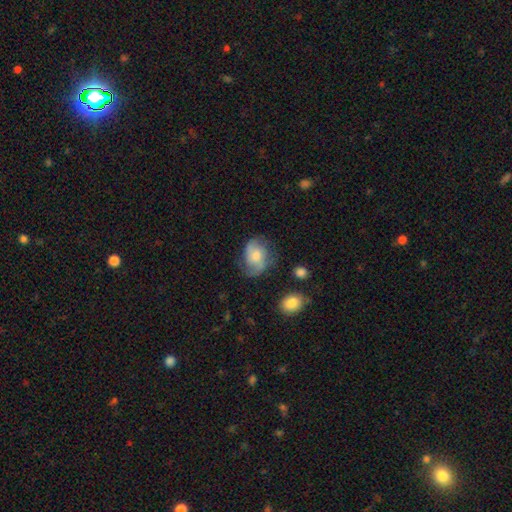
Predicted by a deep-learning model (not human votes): This appears to be a featured or disk galaxy (48%). Merging: none (55%).